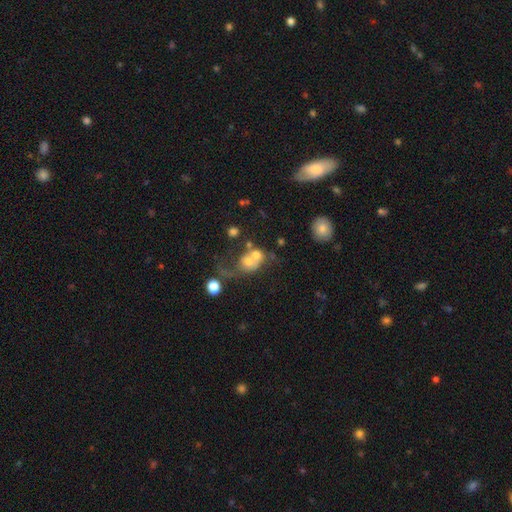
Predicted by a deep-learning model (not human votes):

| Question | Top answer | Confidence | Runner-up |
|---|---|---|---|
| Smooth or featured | smooth | 56% | featured or disk (31%) |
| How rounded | round | 63% | in between (36%) |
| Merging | merger | 61% | none (17%) |